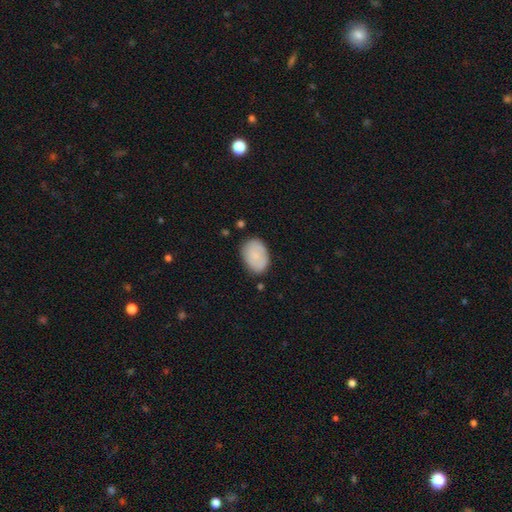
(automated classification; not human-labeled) The model was most divided on "smooth or featured": smooth: 76%, featured or disk: 17%, star or artifact: 7%. More confident: how rounded — in between (84%); merging — none (77%).